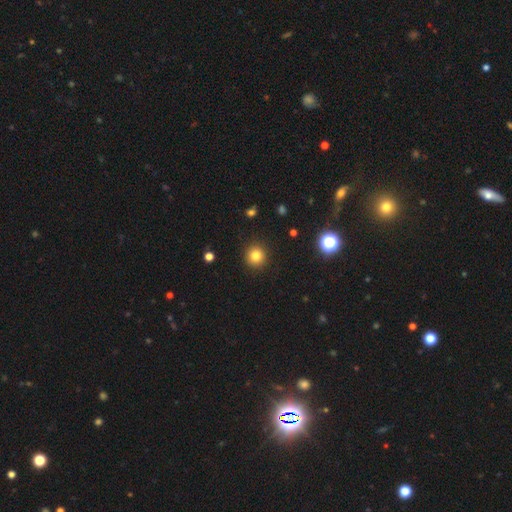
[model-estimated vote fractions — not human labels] Overall: smooth (82%). How rounded: round (93%). Merging: none (91%).